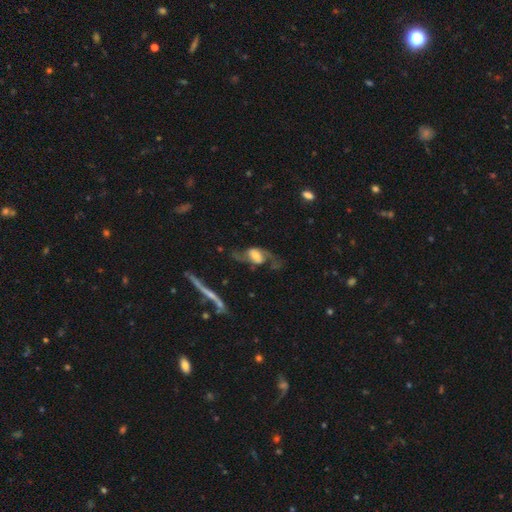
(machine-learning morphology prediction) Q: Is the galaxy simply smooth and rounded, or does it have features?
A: featured or disk — 79%.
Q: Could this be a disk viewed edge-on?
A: no — 92%.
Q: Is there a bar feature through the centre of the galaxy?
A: weak — 39%.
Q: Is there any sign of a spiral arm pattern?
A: yes — 91%.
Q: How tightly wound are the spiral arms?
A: loose — 58%.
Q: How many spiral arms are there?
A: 2 — 90%.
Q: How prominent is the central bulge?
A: moderate — 41%.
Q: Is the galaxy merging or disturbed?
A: none — 57%.